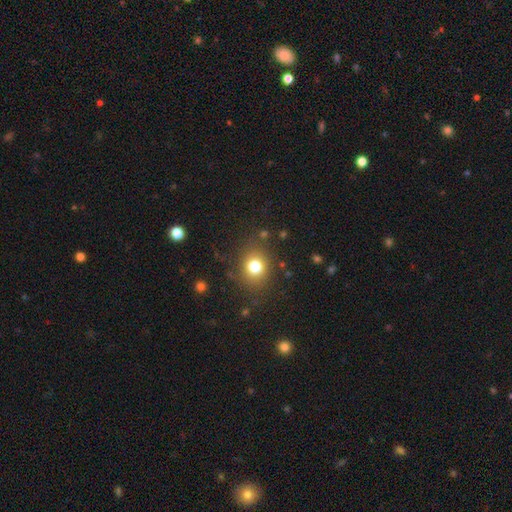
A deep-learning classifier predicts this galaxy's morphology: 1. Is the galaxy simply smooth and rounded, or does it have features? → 73% smooth, 19% star or artifact, 8% featured or disk.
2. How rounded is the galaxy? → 75% round, 24% in between, 1% cigar-shaped.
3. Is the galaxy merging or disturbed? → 84% none, 10% minor disturbance, 4% major disturbance, 3% merger.